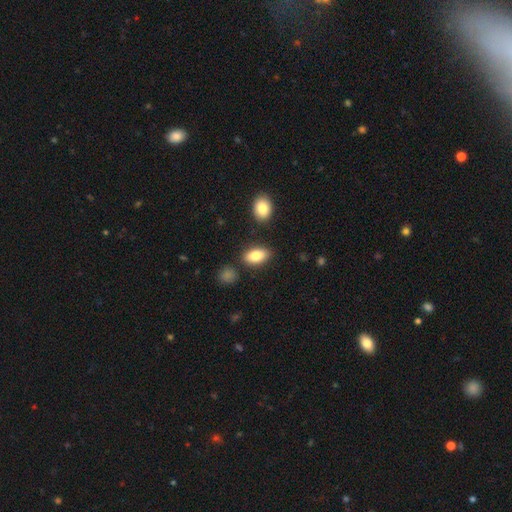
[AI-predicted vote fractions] A smooth galaxy with no disk features (83%) that is in between round and cigar-shaped (91%).

Vote fractions:
- Smooth or featured? smooth: 83% / featured or disk: 10% / star or artifact: 7%
- How rounded? in between: 91% / round: 5% / cigar-shaped: 4%
- Merging? none: 84% / minor disturbance: 10% / merger: 4% / major disturbance: 2%